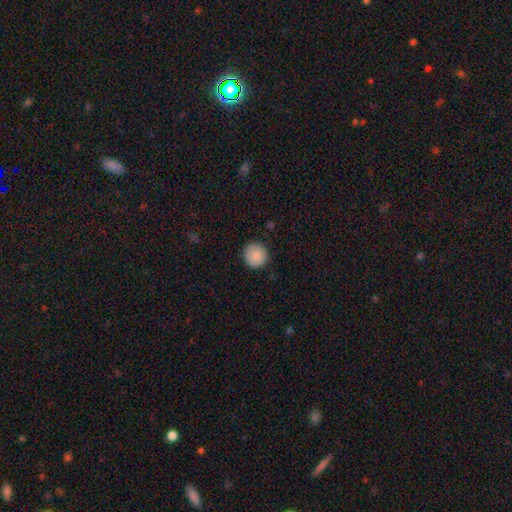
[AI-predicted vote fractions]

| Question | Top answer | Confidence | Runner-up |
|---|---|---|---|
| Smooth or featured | smooth | 88% | star or artifact (7%) |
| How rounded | round | 95% | in between (4%) |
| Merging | none | 89% | minor disturbance (8%) |